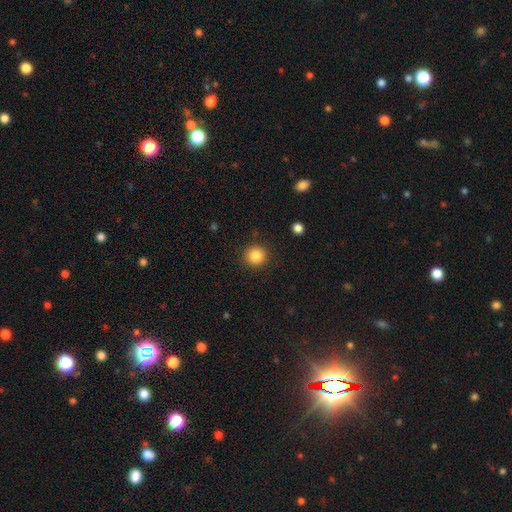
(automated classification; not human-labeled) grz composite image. It shows a smooth galaxy with no disk features (86%) that is round (93%). Merging: none (89%).